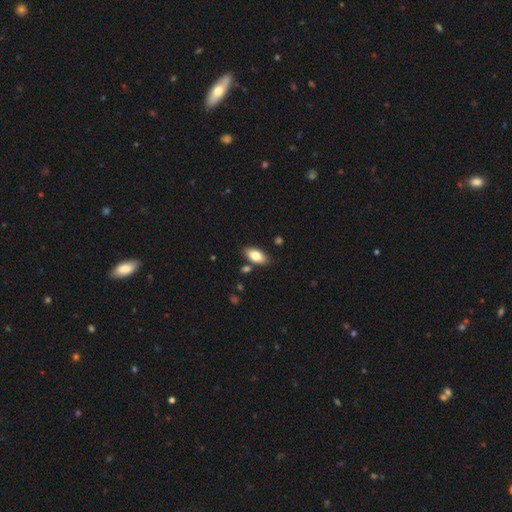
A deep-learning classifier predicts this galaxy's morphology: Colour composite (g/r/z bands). It shows a smooth galaxy with no disk features (81%) that is in between round and cigar-shaped (91%). Merging: none (81%).